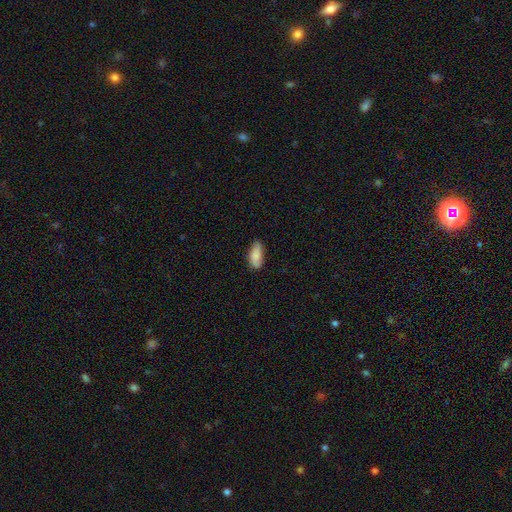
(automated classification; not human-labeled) Morphology: type=smooth (82%); roundness=in between (85%); merging=none (69%).